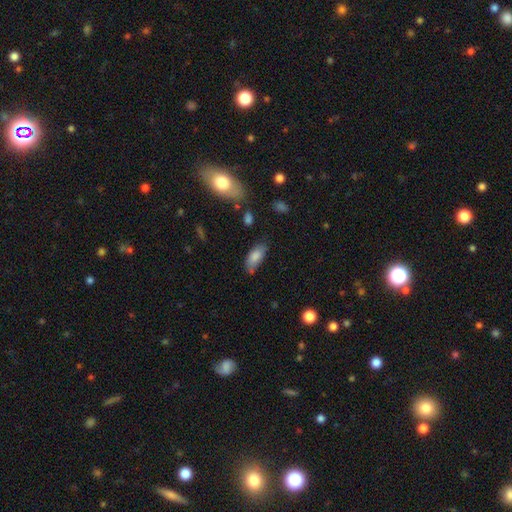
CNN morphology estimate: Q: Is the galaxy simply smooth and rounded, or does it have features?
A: smooth — 81%.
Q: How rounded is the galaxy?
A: in between — 84%.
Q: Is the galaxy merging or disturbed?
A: none — 61%.